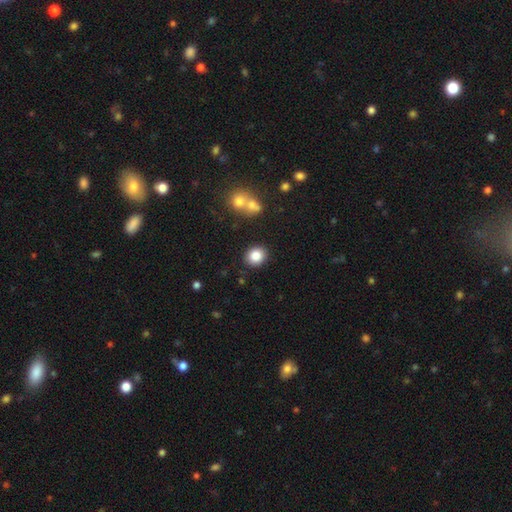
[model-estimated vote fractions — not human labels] Smooth or featured? Predicted: smooth (p=0.84). How rounded? Predicted: round (p=0.71). Merging? Predicted: none (p=0.87).